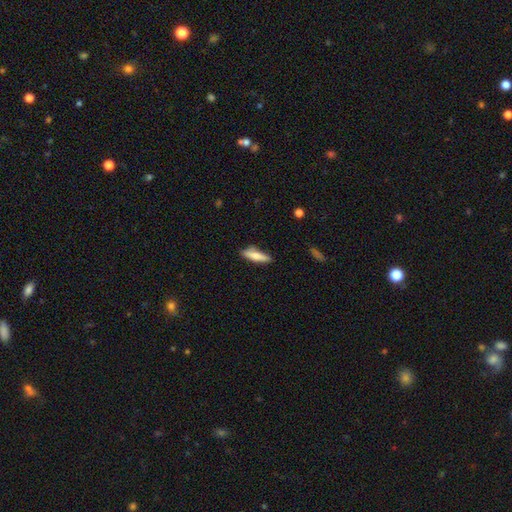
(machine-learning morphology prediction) smooth 74%, featured or disk 20%, star or artifact 6%. Down the decision tree: how rounded — cigar-shaped (66%); merging — none (76%).